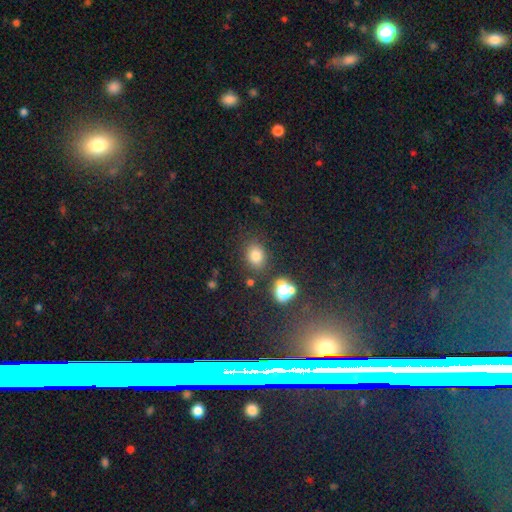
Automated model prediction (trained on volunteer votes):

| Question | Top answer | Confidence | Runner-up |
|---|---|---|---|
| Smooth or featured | smooth | 78% | star or artifact (14%) |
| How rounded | in between | 56% | round (43%) |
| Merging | none | 77% | minor disturbance (12%) |